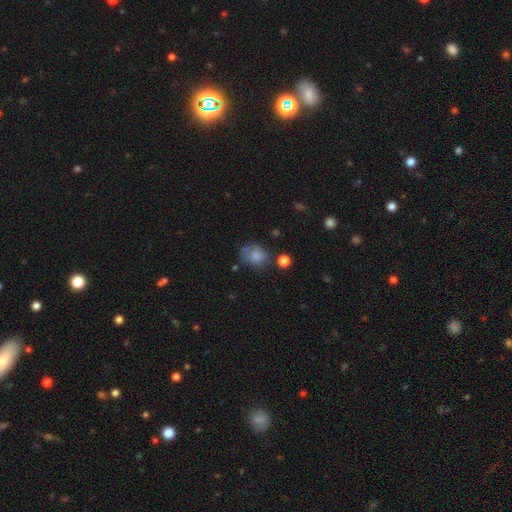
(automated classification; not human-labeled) Morphology: type=smooth (79%); roundness=round (58%); merging=none (54%).